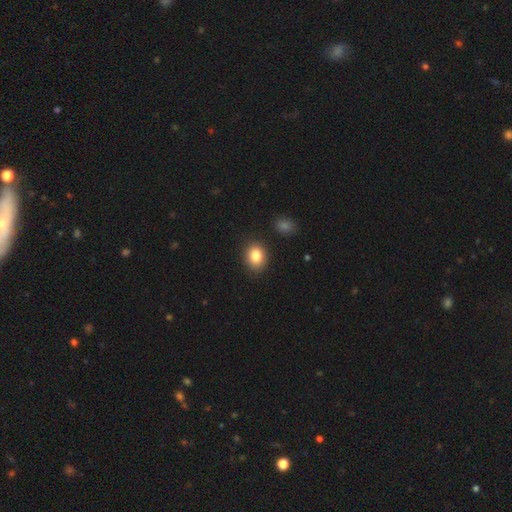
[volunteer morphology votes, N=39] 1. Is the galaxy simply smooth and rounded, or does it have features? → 90% smooth, 8% star or artifact, 3% featured or disk.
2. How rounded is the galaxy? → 71% in between, 29% round, 0% cigar-shaped.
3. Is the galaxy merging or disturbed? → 89% none, 6% minor disturbance, 6% major disturbance, 0% merger.